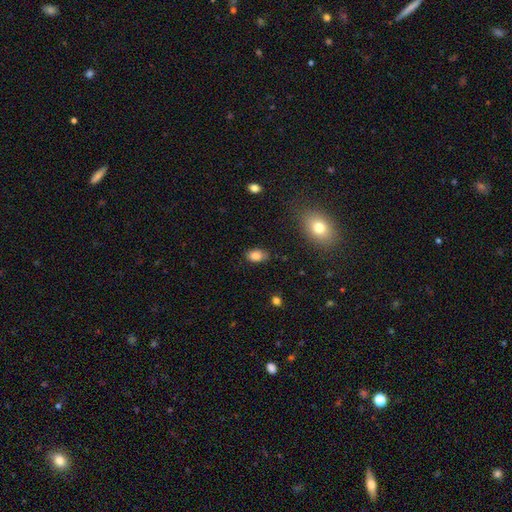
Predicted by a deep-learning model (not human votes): Morphology: type=smooth (84%); roundness=in between (85%); merging=none (76%).